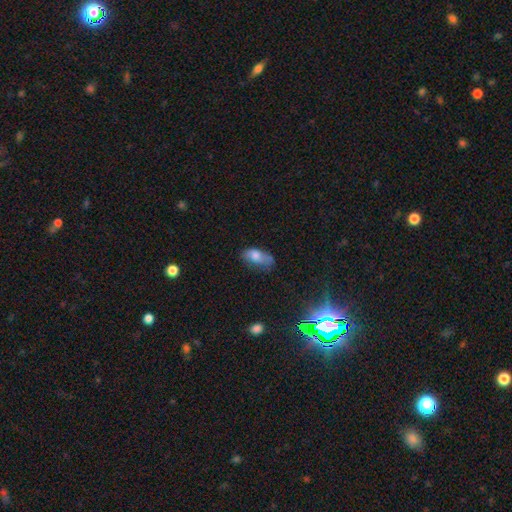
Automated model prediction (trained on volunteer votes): smooth_or_featured: smooth (p=0.69) [alt: featured or disk p=0.22]
how_rounded: in between (p=0.89) [alt: cigar-shaped p=0.07]
merging: none (p=0.43) [alt: minor disturbance p=0.36]